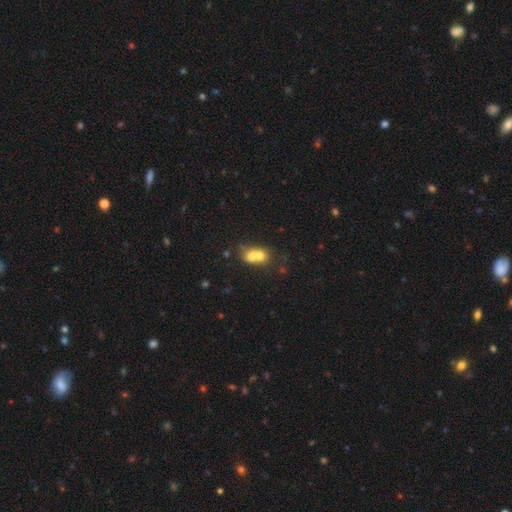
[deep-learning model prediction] The model was most divided on "how rounded": round: 55%, in between: 43%, cigar-shaped: 1%. More confident: merging — merger (71%); smooth or featured — smooth (66%).